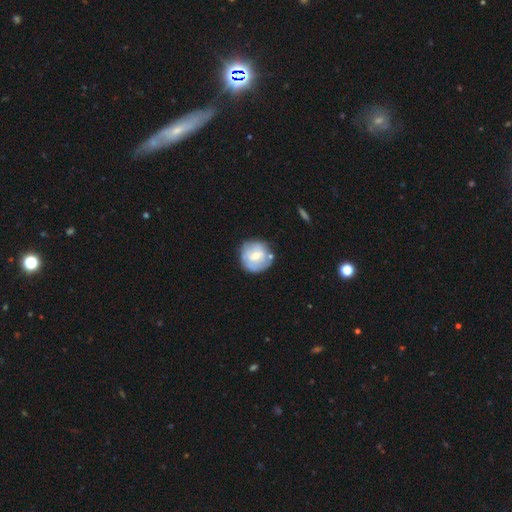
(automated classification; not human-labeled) A smooth galaxy with no disk features (48%).

Vote fractions:
- Smooth or featured? smooth: 48% / featured or disk: 45% / star or artifact: 7%
- Merging? none: 69% / minor disturbance: 18% / merger: 7% / major disturbance: 6%